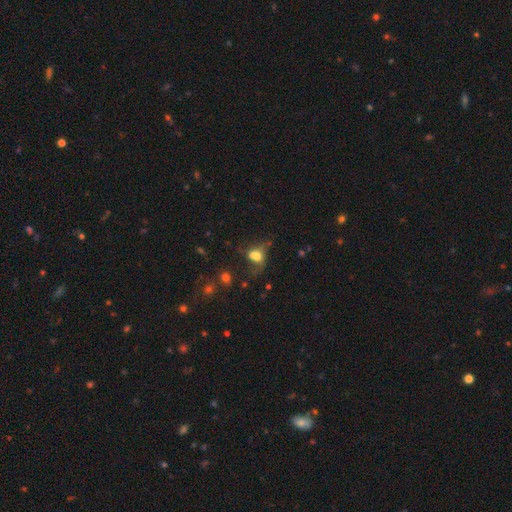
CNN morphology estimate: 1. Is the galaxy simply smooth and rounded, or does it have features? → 61% smooth, 24% featured or disk, 15% star or artifact.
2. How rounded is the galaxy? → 61% in between, 36% round, 3% cigar-shaped.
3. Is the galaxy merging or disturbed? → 29% major disturbance, 27% none, 26% merger, 19% minor disturbance.